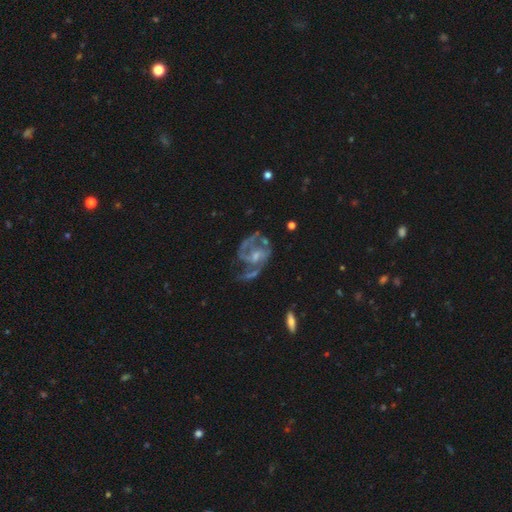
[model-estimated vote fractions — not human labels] The model was most divided on "bar": no: 44%, weak: 42%, strong: 14%. More confident: edge-on disk — no (97%); spiral arms — yes (93%); smooth or featured — featured or disk (87%); spiral arm count — 2 (68%); spiral winding — medium (54%); bulge size — small (54%); merging — none (51%).